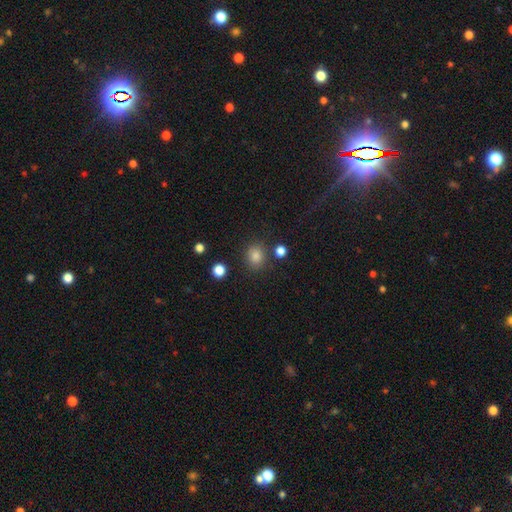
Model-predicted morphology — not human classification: Smooth or featured? Predicted: smooth (p=0.80). How rounded? Predicted: round (p=0.69). Merging? Predicted: none (p=0.82).